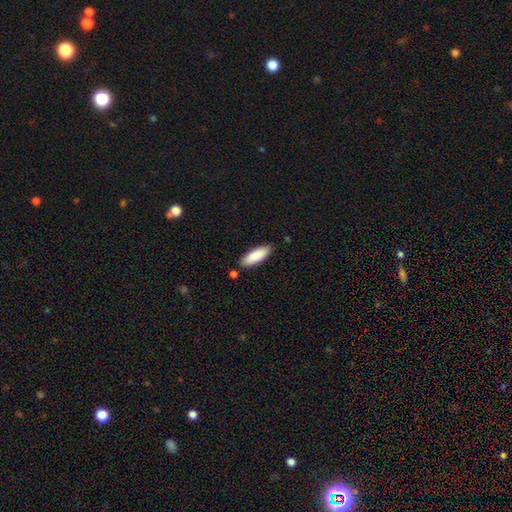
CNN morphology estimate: type=smooth (87%); roundness=in between (63%); merging=none (83%).